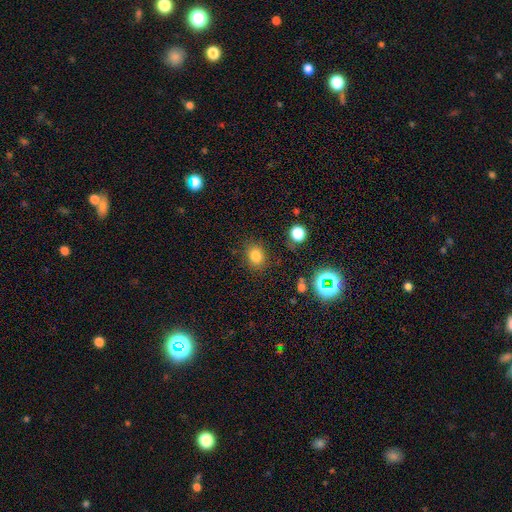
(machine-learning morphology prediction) Smooth or featured: smooth — 79% (star or artifact — 15%)
How rounded: round — 58% (in between — 41%)
Merging: none — 84% (minor disturbance — 10%)